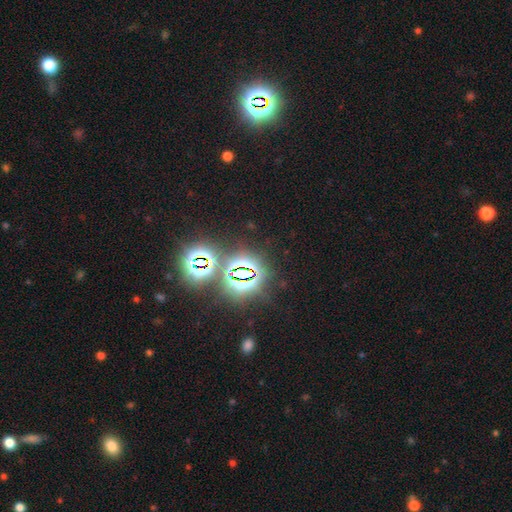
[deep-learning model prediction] The model was most divided on "smooth or featured": star or artifact: 80%, smooth: 12%, featured or disk: 8%.